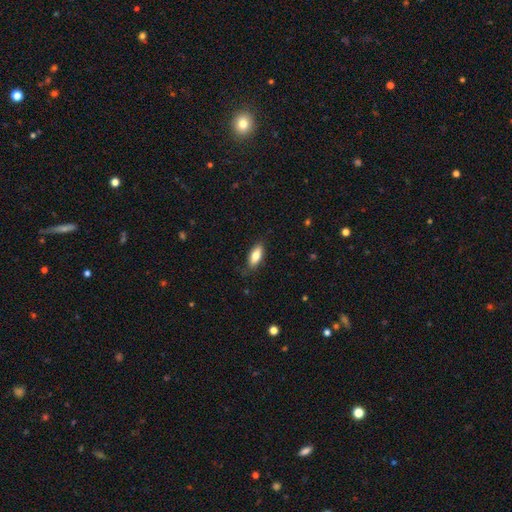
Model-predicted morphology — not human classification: This appears to be a smooth galaxy with no disk features (78%) that is in between round and cigar-shaped (79%). Merging: none (81%).